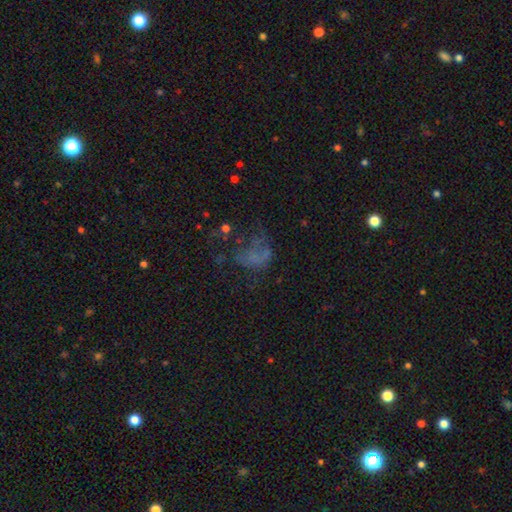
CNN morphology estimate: smooth_or_featured: featured or disk (p=0.38) [alt: smooth p=0.35]
merging: major disturbance (p=0.42) [alt: none p=0.34]